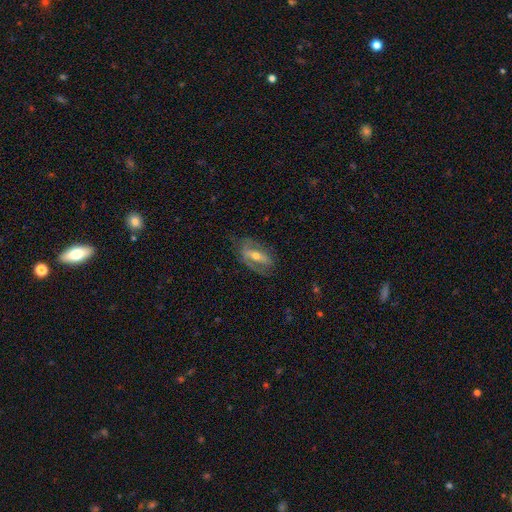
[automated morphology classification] featured or disk 69%, smooth 24%, star or artifact 7%. Down the decision tree: edge-on disk — no (86%); bar — strong (49%); spiral arms — yes (61%); bulge size — moderate (59%); merging — none (65%).